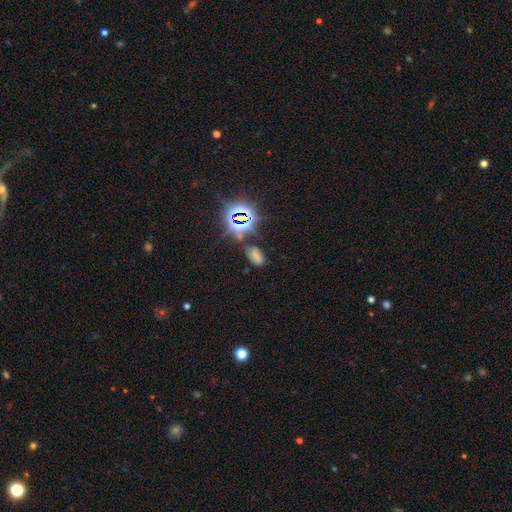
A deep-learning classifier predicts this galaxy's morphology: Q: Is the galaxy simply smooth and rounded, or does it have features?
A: smooth — 47%.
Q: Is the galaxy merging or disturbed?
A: none — 61%.